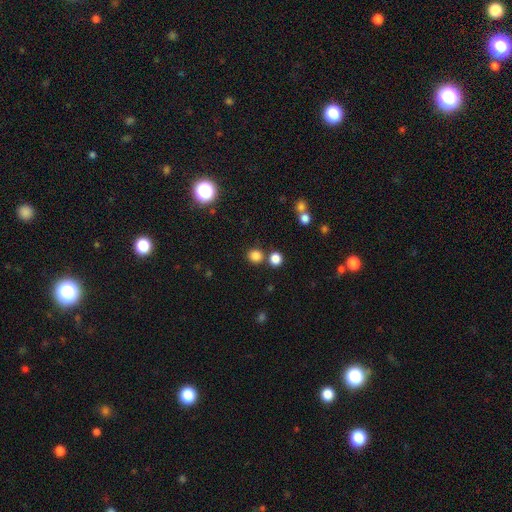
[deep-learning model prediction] Overall: smooth (81%). How rounded: round (88%). Merging: none (77%).